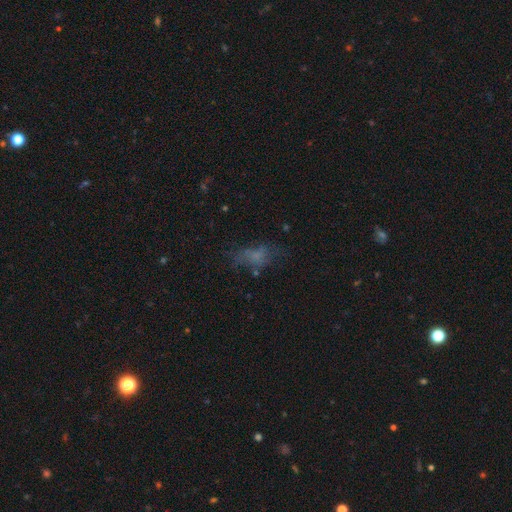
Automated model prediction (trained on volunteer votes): Morphology: type=smooth (52%); roundness=in between (75%); merging=none (48%).